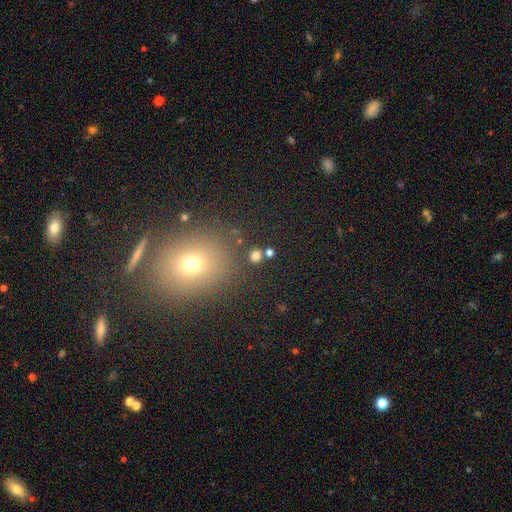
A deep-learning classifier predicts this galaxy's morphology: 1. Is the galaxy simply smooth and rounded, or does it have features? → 75% smooth, 19% star or artifact, 7% featured or disk.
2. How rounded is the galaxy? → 84% round, 15% in between, 1% cigar-shaped.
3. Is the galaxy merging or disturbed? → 80% none, 10% merger, 7% minor disturbance, 4% major disturbance.